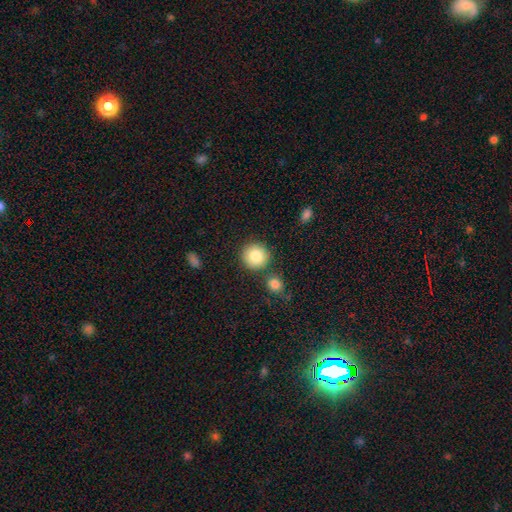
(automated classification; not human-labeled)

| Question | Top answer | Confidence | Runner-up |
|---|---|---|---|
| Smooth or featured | smooth | 84% | star or artifact (8%) |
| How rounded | round | 93% | in between (6%) |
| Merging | none | 82% | merger (8%) |